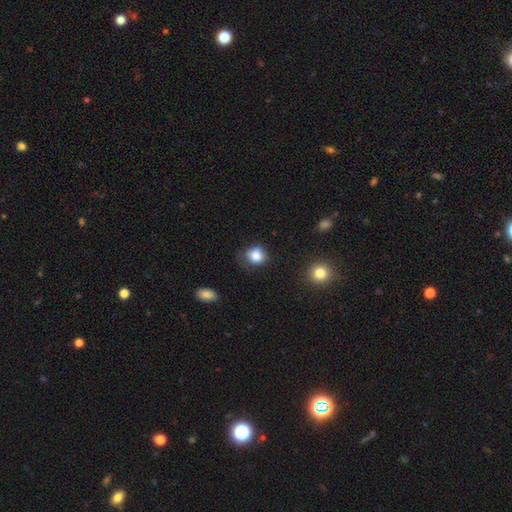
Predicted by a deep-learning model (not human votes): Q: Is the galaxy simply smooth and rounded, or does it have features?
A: smooth — 82%.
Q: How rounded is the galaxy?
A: round — 73%.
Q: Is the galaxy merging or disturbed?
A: none — 61%.